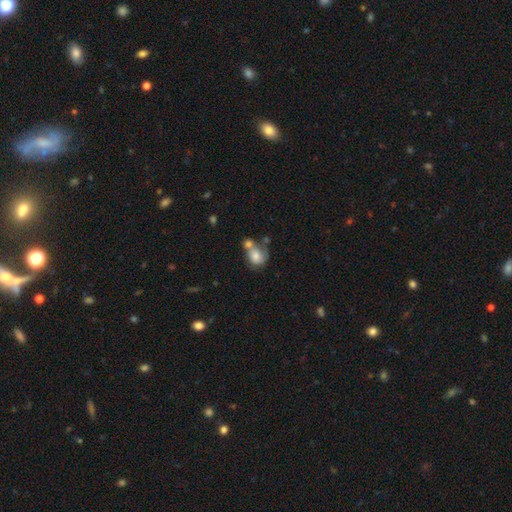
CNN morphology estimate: smooth 72%, featured or disk 19%, star or artifact 9%. Down the decision tree: how rounded — round (65%); merging — merger (52%).